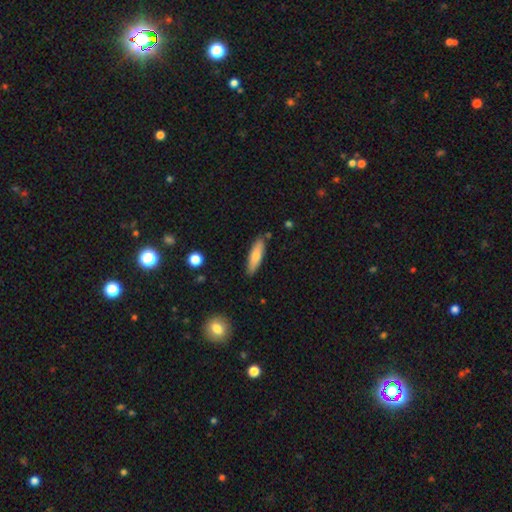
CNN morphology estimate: This appears to be a smooth galaxy with no disk features (74%) that is cigar-shaped (63%). Merging: none (84%).